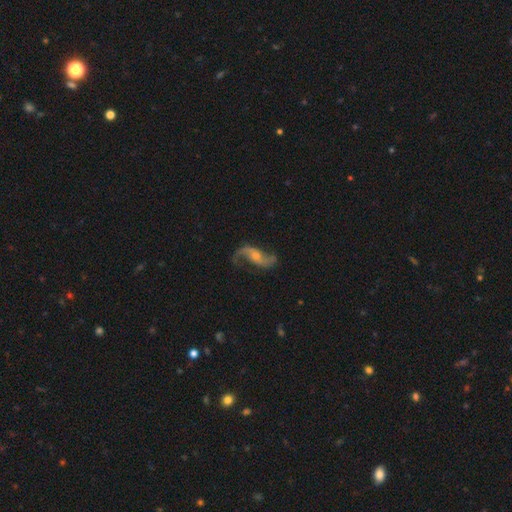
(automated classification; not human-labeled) Morphology: type=featured or disk (88%); edge-on=no (96%); bar=no (54%); spiral arms=yes (96%); winding=loose (81%); arm count=2 (93%); bulge=small (49%); merging=none (73%).